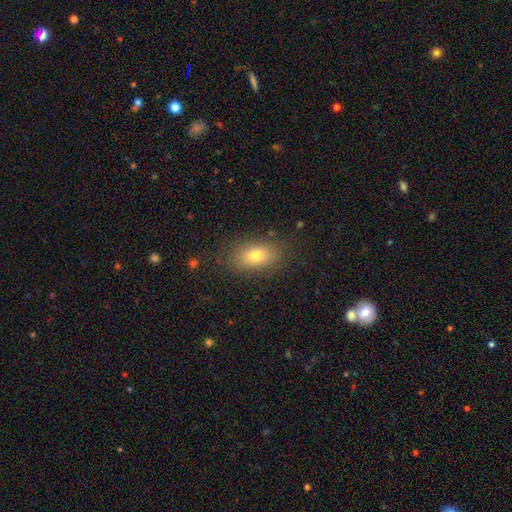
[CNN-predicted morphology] Smooth or featured? smooth (76%)
How rounded? in between (85%)
Merging? none (83%)